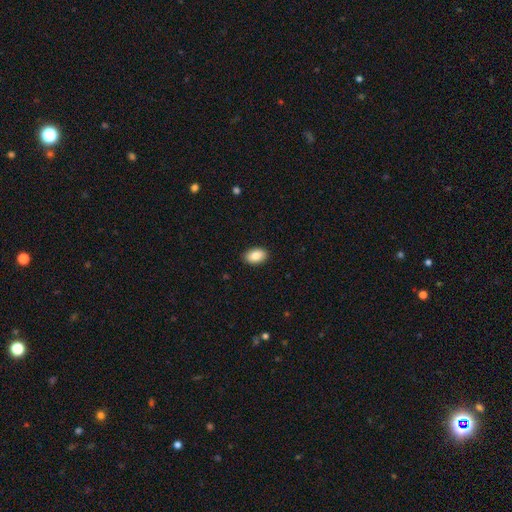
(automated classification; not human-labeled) smooth_or_featured: smooth (p=0.85) [alt: featured or disk p=0.08]
how_rounded: in between (p=0.89) [alt: round p=0.10]
merging: none (p=0.90) [alt: minor disturbance p=0.07]